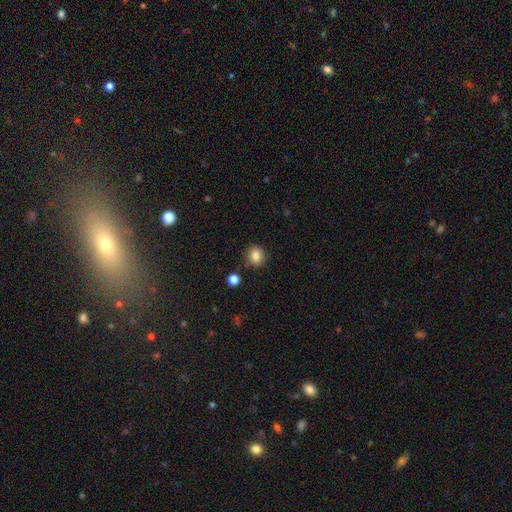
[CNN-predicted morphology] The model was most divided on "how rounded": round: 79%, in between: 21%, cigar-shaped: 1%. More confident: merging — none (85%); smooth or featured — smooth (85%).